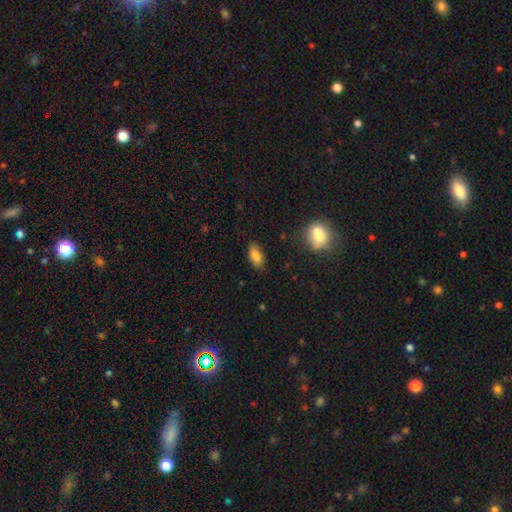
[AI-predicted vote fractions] A smooth galaxy with no disk features (82%) that is in between round and cigar-shaped (89%).

Vote fractions:
- Smooth or featured? smooth: 82% / featured or disk: 9% / star or artifact: 9%
- How rounded? in between: 89% / cigar-shaped: 6% / round: 4%
- Merging? none: 83% / minor disturbance: 12% / major disturbance: 3% / merger: 2%